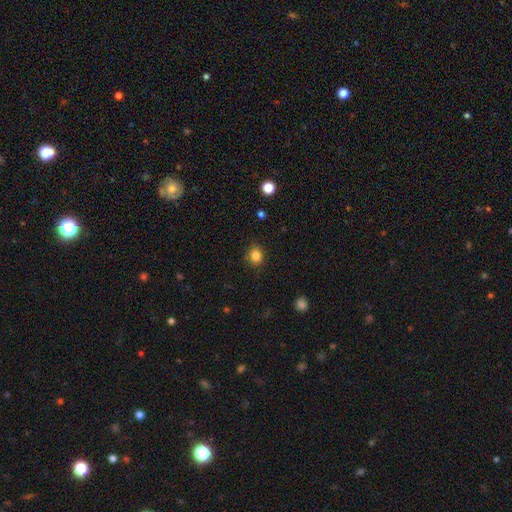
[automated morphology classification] smooth_or_featured: smooth (p=0.84) [alt: star or artifact p=0.11]
how_rounded: round (p=0.65) [alt: in between p=0.34]
merging: none (p=0.86) [alt: minor disturbance p=0.11]